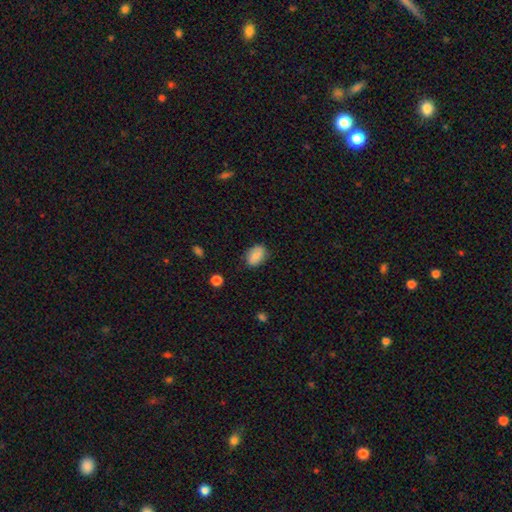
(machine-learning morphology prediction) A smooth galaxy with no disk features (79%) that is in between round and cigar-shaped (86%). Merging: none (77%).